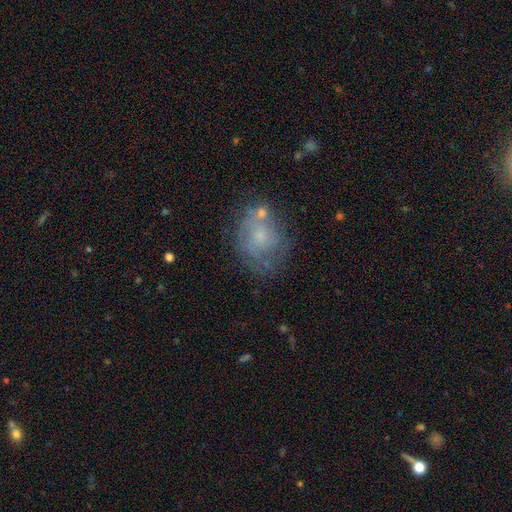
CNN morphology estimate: smooth-or-featured: smooth: 41% (tied) | featured or disk: 41% (tied) | star or artifact: 19%
  merging: none: 64% | minor disturbance: 19% | major disturbance: 9% | merger: 9%